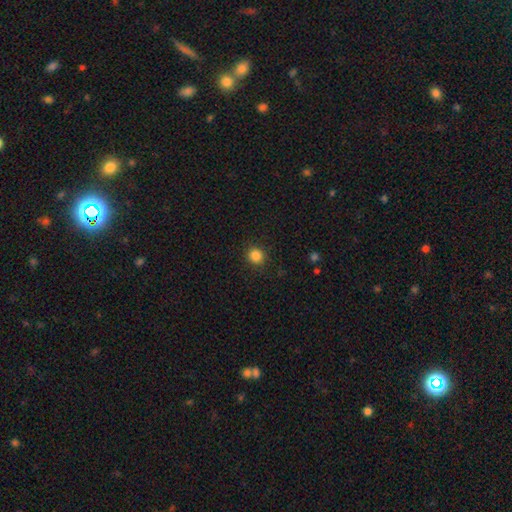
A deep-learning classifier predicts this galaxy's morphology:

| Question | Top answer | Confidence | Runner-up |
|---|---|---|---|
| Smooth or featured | smooth | 85% | star or artifact (11%) |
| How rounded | round | 86% | in between (13%) |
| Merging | none | 90% | minor disturbance (7%) |